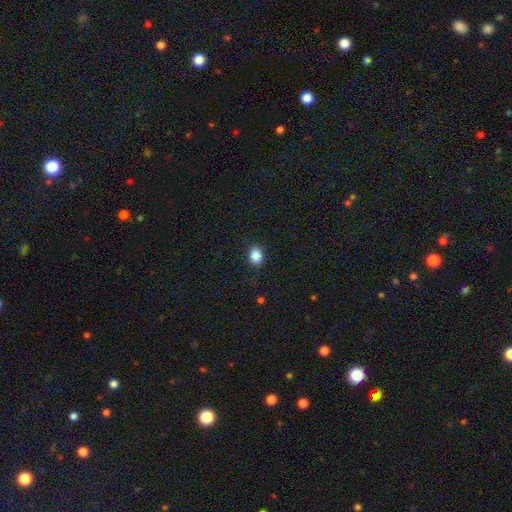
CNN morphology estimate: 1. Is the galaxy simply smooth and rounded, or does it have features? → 87% smooth, 9% star or artifact, 4% featured or disk.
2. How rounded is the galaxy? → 60% in between, 39% round, 1% cigar-shaped.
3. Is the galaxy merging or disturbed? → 89% none, 8% minor disturbance, 2% major disturbance, 1% merger.